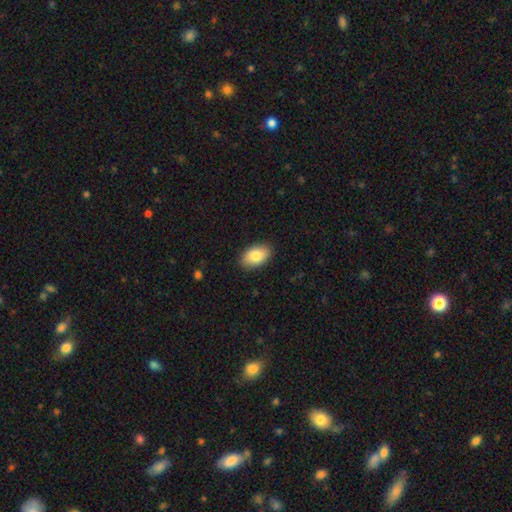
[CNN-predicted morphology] A smooth galaxy with no disk features (84%) that is in between round and cigar-shaped (92%). Merging: none (88%).